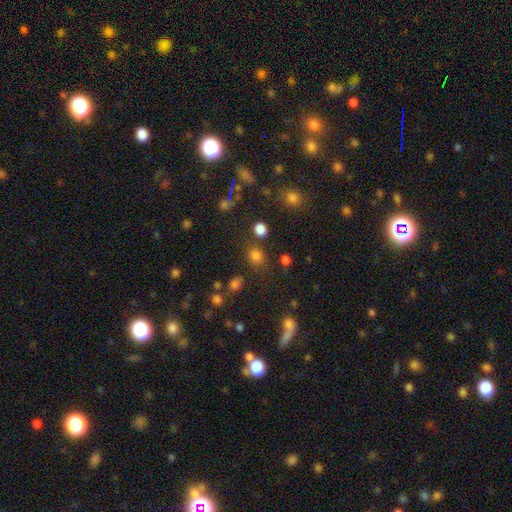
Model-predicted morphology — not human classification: A smooth galaxy with no disk features (70%) that is round (72%).

Vote fractions:
- Smooth or featured? smooth: 70% / star or artifact: 24% / featured or disk: 6%
- How rounded? round: 72% / in between: 27% / cigar-shaped: 2%
- Merging? none: 79% / minor disturbance: 9% / merger: 7% / major disturbance: 5%